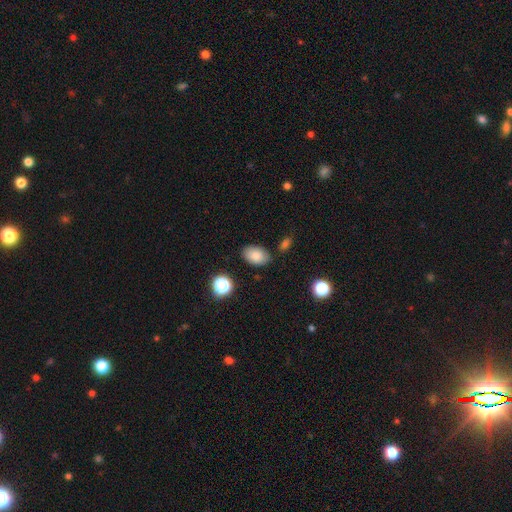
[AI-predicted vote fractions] smooth 82%, star or artifact 10%, featured or disk 8%. Down the decision tree: how rounded — in between (89%); merging — none (79%).